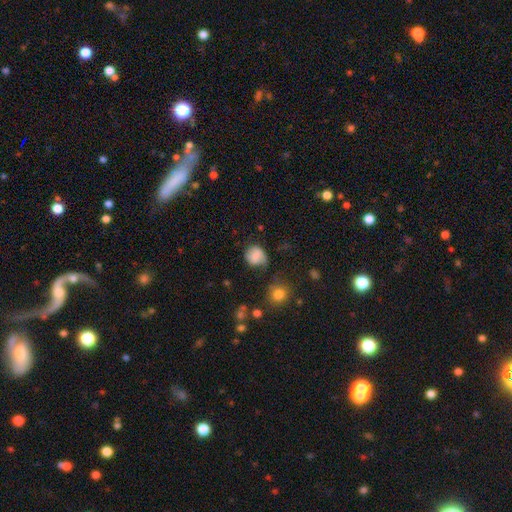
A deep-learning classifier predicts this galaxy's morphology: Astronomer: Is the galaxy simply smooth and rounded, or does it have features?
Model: smooth — 69%.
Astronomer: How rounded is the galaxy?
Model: round — 73%.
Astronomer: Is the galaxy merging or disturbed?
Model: none — 59%.